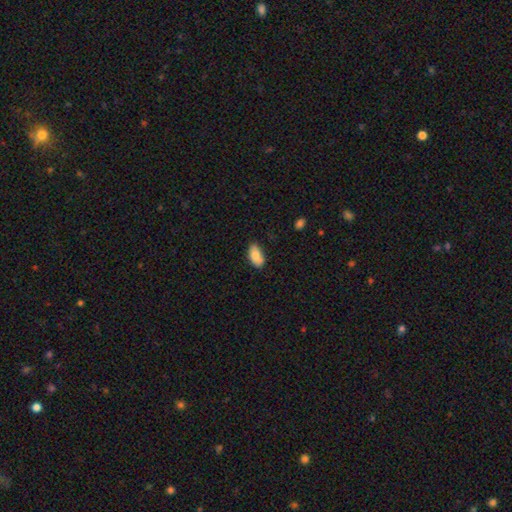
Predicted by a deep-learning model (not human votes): Smooth or featured?
  - smooth: 83% *
  - featured or disk: 10%
  - star or artifact: 7%
How rounded?
  - in between: 93% *
  - cigar-shaped: 3%
  - round: 3%
Merging?
  - none: 76% *
  - minor disturbance: 19%
  - major disturbance: 3%
  - merger: 2%